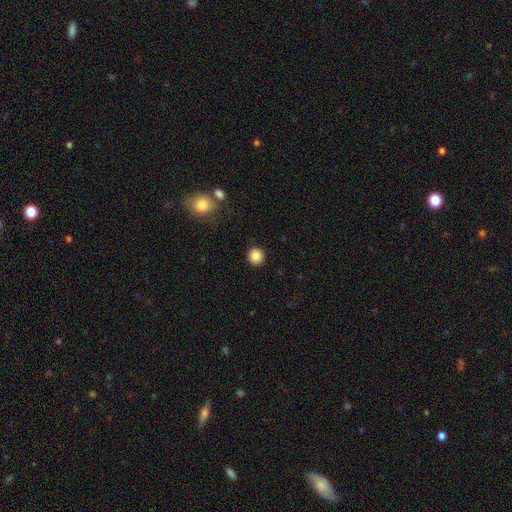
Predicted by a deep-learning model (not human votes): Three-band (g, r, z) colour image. It shows a smooth galaxy with no disk features (86%) that is round (94%). Merging: none (91%).